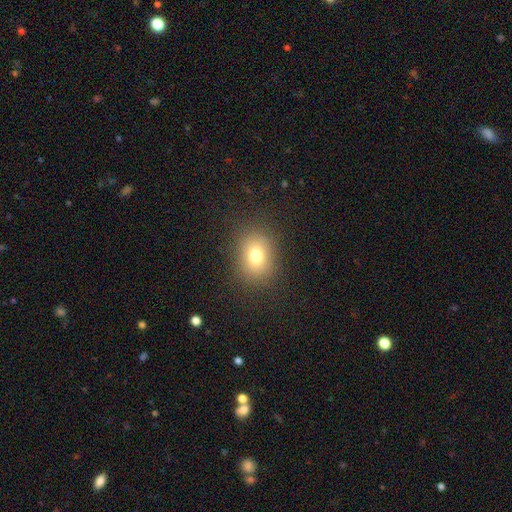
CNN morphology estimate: A smooth galaxy with no disk features (75%) that is in between round and cigar-shaped (54%). Merging: none (85%).